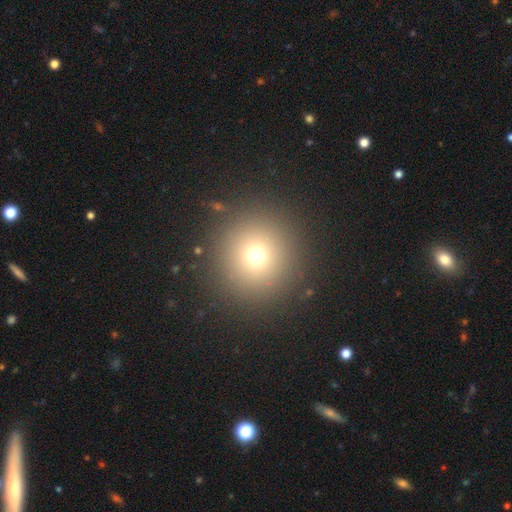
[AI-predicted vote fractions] smooth_or_featured: smooth (p=0.71) [alt: star or artifact p=0.19]
how_rounded: round (p=0.95) [alt: in between p=0.04]
merging: none (p=0.89) [alt: minor disturbance p=0.06]